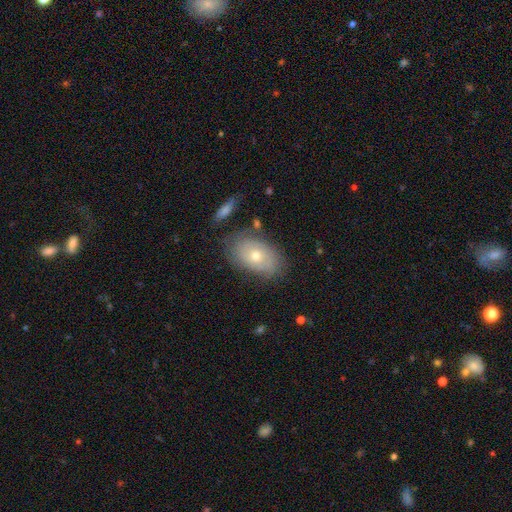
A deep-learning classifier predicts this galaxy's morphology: A smooth galaxy with no disk features (46%). Merging: none (71%).